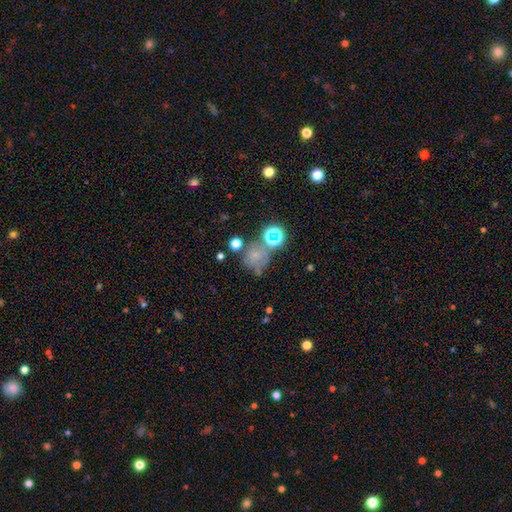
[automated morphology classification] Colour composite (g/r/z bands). It shows a smooth galaxy with no disk features (46%). Merging: none (49%).